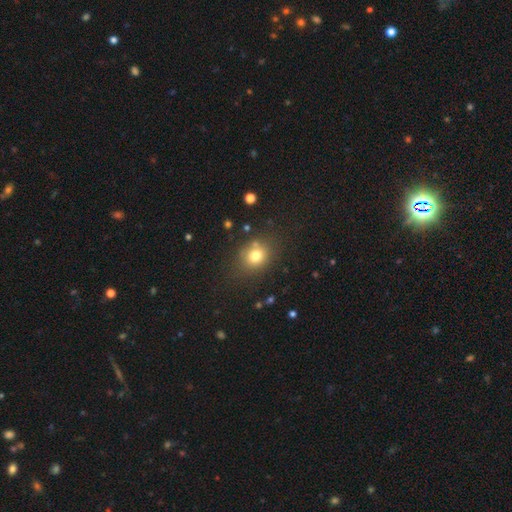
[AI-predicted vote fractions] Smooth or featured? Predicted: smooth (p=0.77). How rounded? Predicted: round (p=0.68). Merging? Predicted: none (p=0.75).